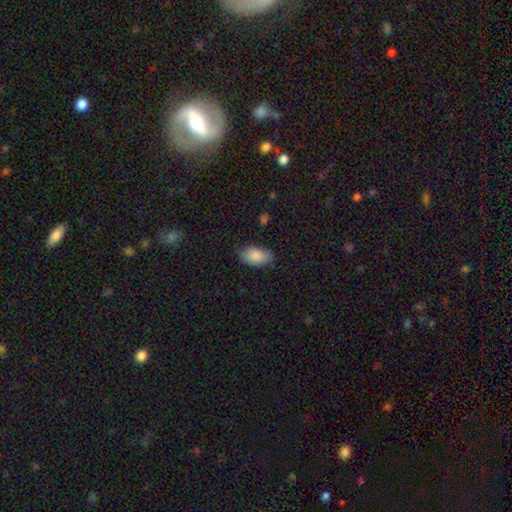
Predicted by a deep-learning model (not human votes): This is clearly a smooth galaxy (87%). How rounded: clearly in between (94%). Merging: likely none (79%).